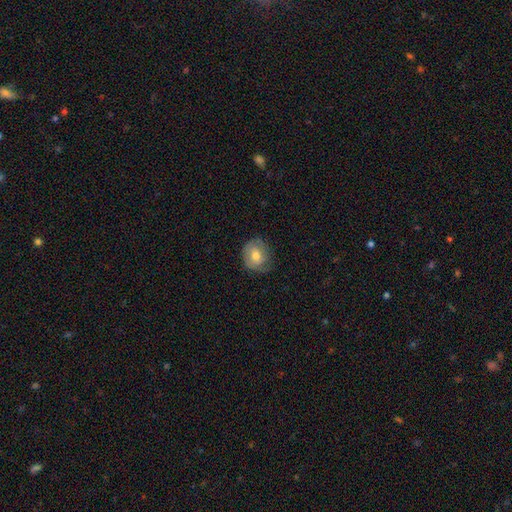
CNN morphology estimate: smooth-or-featured: smooth: 53% | featured or disk: 39% | star or artifact: 8%
  how-rounded: round: 65% | in between: 34% | cigar-shaped: 1%
  merging: none: 68% | minor disturbance: 23% | major disturbance: 7% | merger: 1%